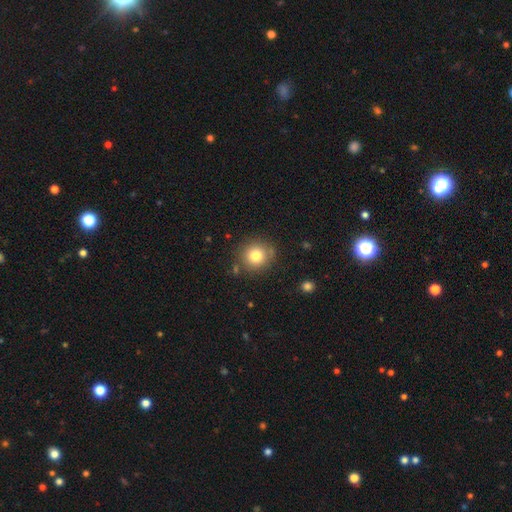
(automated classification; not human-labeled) smooth 79%, star or artifact 12%, featured or disk 9%. Down the decision tree: how rounded — round (91%); merging — none (82%).